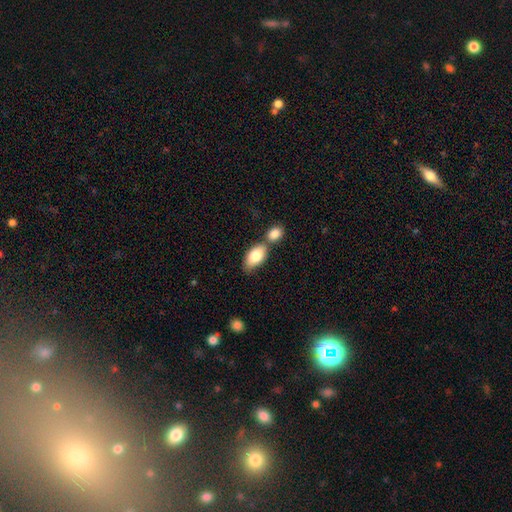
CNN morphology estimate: This appears to be a smooth galaxy with no disk features (80%) that is in between round and cigar-shaped (92%). Merging: none (46%).